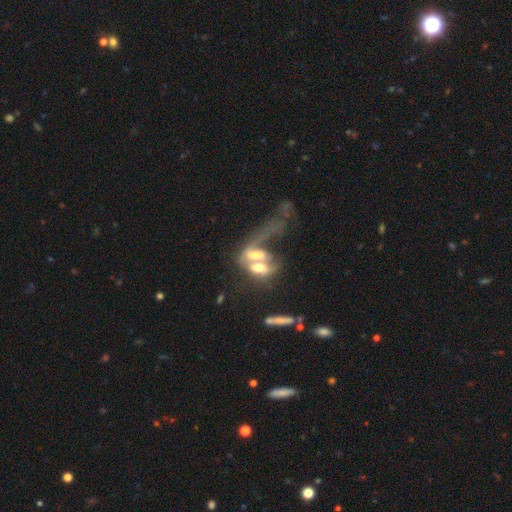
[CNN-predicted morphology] Q: Smooth or featured?
A: featured or disk (56%); runner-up: smooth (33%)
Q: Edge-on disk?
A: no (77%); runner-up: yes (23%)
Q: Merging?
A: merger (66%); runner-up: major disturbance (20%)